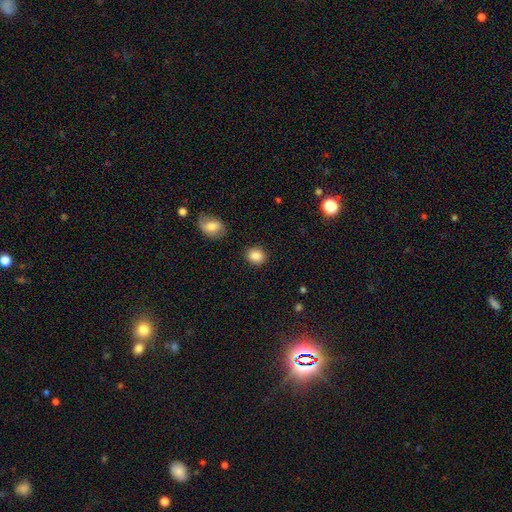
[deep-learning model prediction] This appears to be a smooth galaxy with no disk features (87%) that is round (64%). Merging: none (87%).